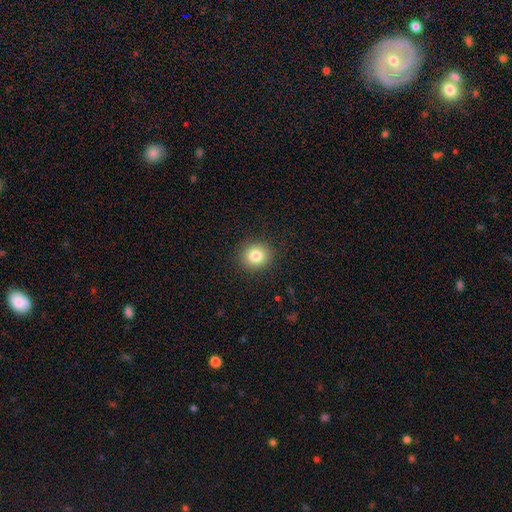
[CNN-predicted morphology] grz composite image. It shows a smooth galaxy with no disk features (82%) that is round (82%). Merging: none (90%).